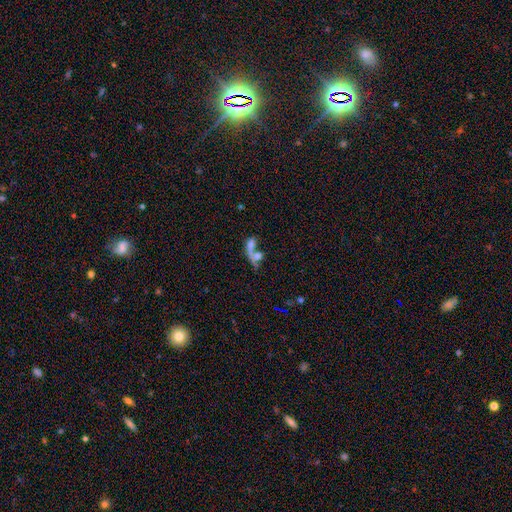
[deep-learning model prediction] The model was most divided on "smooth or featured": smooth: 47%, featured or disk: 33%, star or artifact: 20%. More confident: merging — merger (53%).